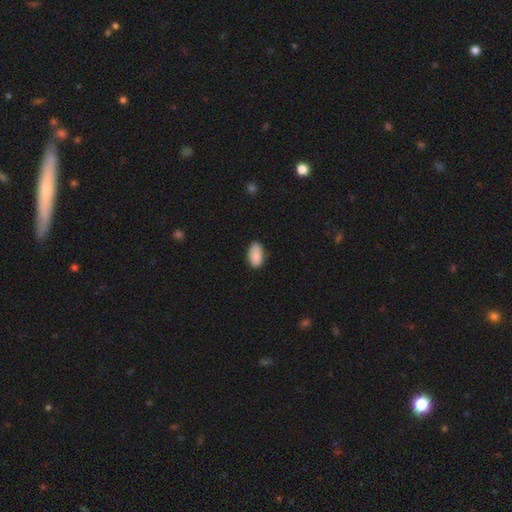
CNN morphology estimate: Smooth or featured: smooth — 88% (star or artifact — 7%)
How rounded: in between — 94% (round — 4%)
Merging: none — 78% (minor disturbance — 18%)